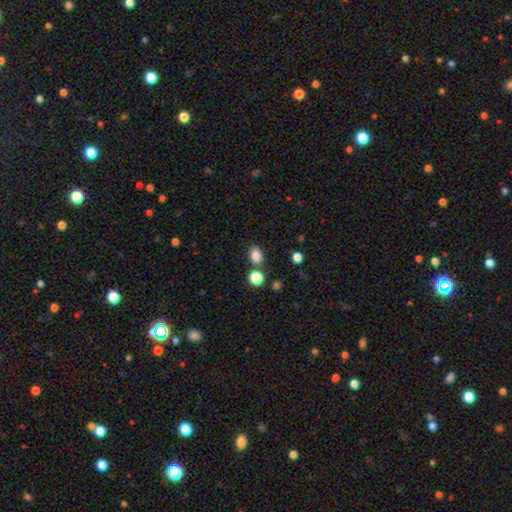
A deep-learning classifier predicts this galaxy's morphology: Smooth or featured?
  - smooth: 83% *
  - star or artifact: 12%
  - featured or disk: 5%
How rounded?
  - in between: 63% *
  - round: 36%
  - cigar-shaped: 1%
Merging?
  - none: 77% *
  - minor disturbance: 10%
  - merger: 10%
  - major disturbance: 3%